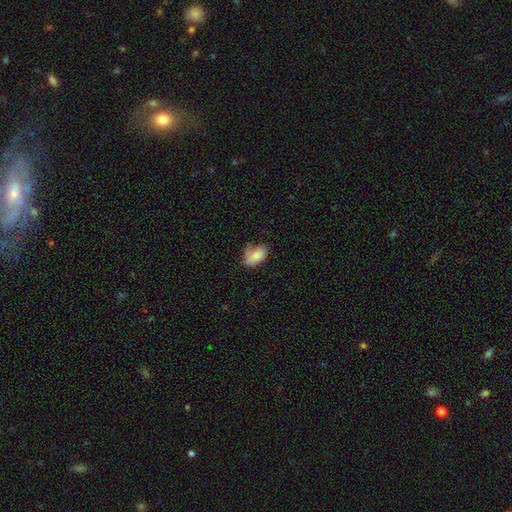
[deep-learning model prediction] Morphology: type=smooth (81%); roundness=in between (91%); merging=none (50%).